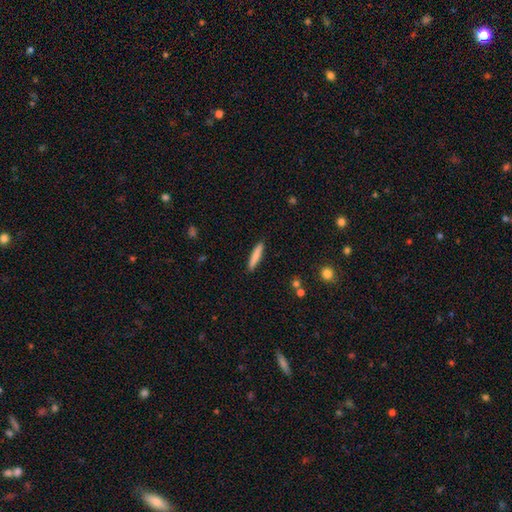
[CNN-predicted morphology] Smooth or featured?
  - smooth: 81% *
  - featured or disk: 13%
  - star or artifact: 6%
How rounded?
  - cigar-shaped: 91% *
  - in between: 8%
  - round: 1%
Merging?
  - none: 90% *
  - minor disturbance: 7%
  - major disturbance: 2%
  - merger: 1%